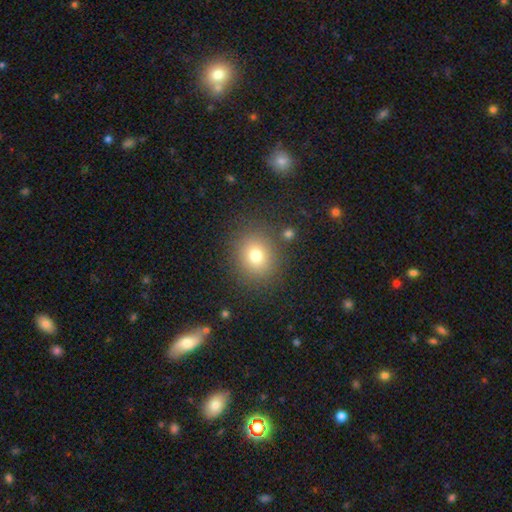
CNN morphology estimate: This is likely a smooth galaxy (77%). How rounded: likely round (71%). Merging: clearly none (84%).